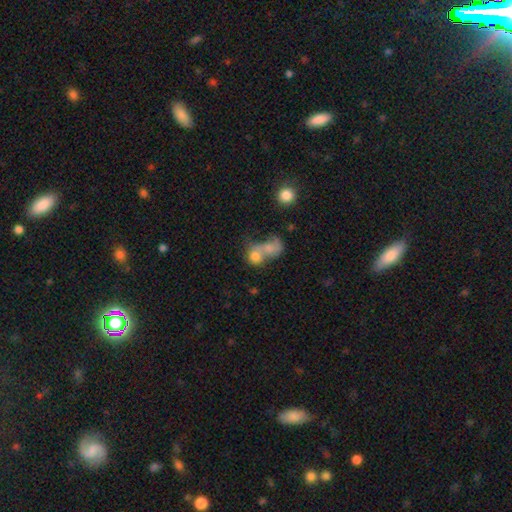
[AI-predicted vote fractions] This appears to be a smooth galaxy with no disk features (73%) that is round (64%). Merging: merger (71%).